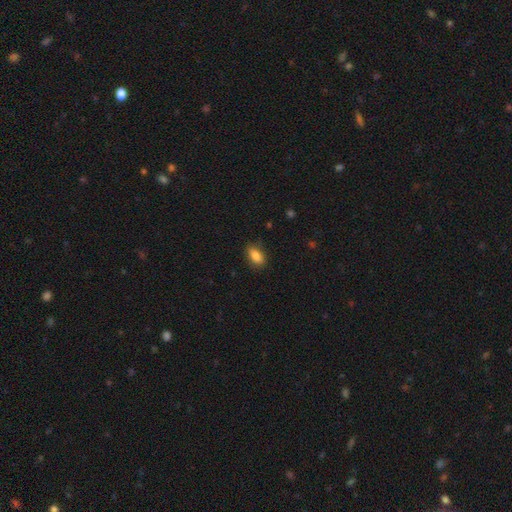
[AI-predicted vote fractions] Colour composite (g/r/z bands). It shows a smooth galaxy with no disk features (85%) that is in between round and cigar-shaped (88%). Merging: none (82%).